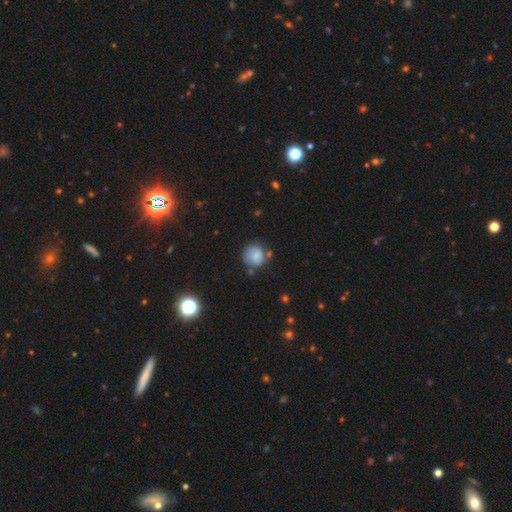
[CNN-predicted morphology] This is likely a smooth galaxy (78%). How rounded: clearly round (86%). Merging: likely none (63%).